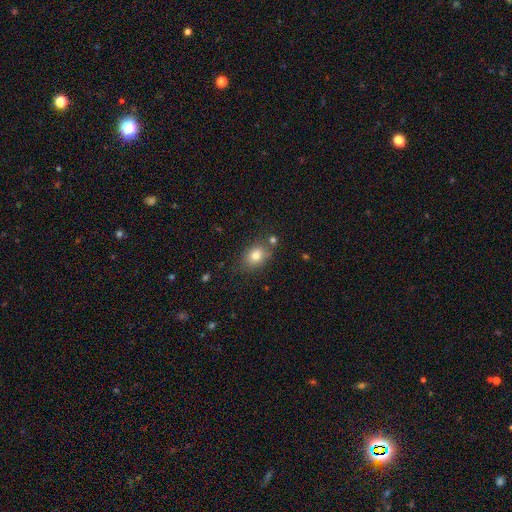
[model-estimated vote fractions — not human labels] smooth-or-featured: smooth: 79% | star or artifact: 11% | featured or disk: 10%
  how-rounded: in between: 61% | round: 37% | cigar-shaped: 1%
  merging: none: 73% | minor disturbance: 15% | merger: 8% | major disturbance: 4%